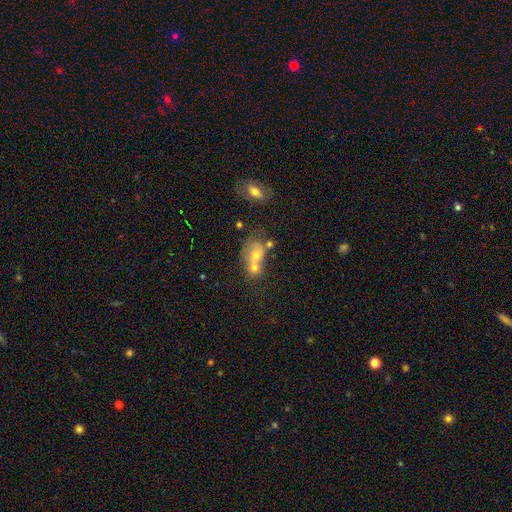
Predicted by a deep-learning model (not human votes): Smooth or featured: smooth — 57% (featured or disk — 27%)
How rounded: in between — 56% (round — 41%)
Merging: merger — 56% (none — 27%)